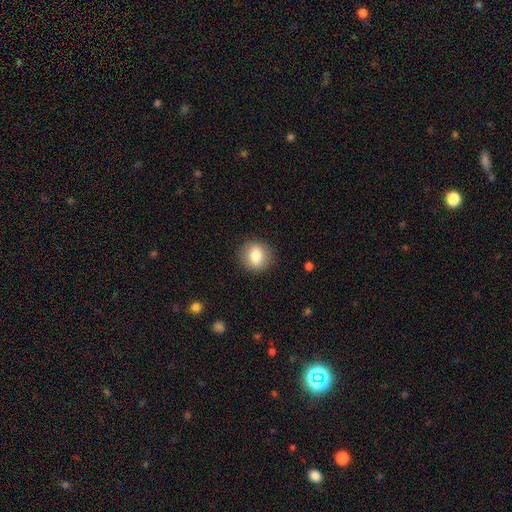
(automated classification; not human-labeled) Smooth or featured? Predicted: smooth (p=0.79). How rounded? Predicted: round (p=0.76). Merging? Predicted: none (p=0.89).